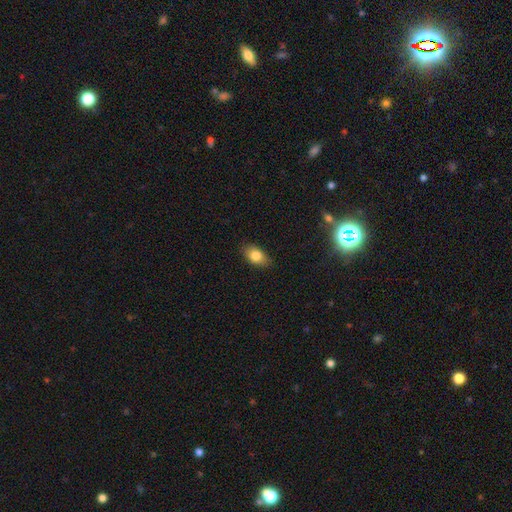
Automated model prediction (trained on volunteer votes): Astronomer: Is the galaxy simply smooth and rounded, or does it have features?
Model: smooth — 81%.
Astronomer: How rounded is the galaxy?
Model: in between — 87%.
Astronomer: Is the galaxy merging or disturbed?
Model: none — 84%.